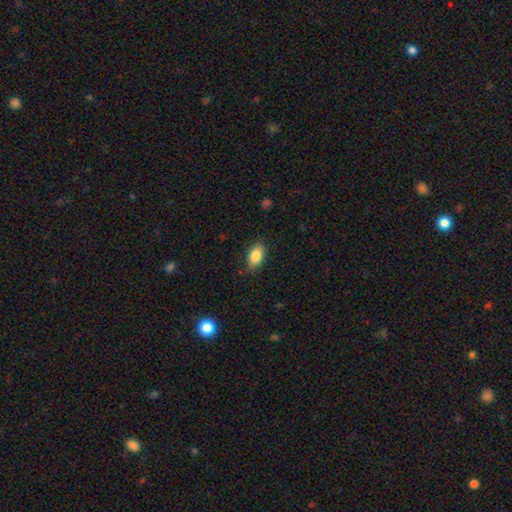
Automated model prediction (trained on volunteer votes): This appears to be a smooth galaxy with no disk features (84%) that is in between round and cigar-shaped (90%). Merging: none (84%).